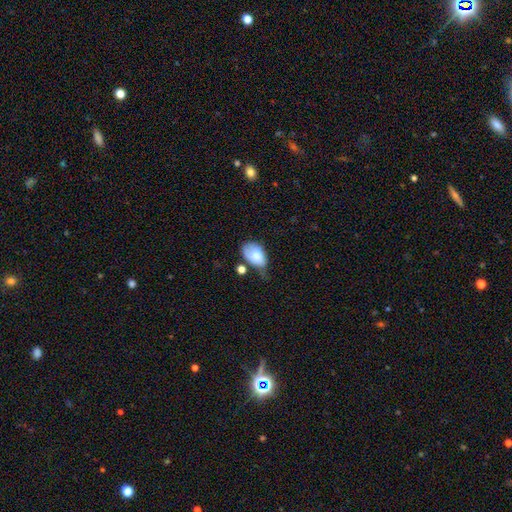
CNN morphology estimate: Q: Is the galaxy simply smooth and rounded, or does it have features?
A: smooth — 77%.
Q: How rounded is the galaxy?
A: in between — 89%.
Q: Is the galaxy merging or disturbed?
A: minor disturbance — 40%.